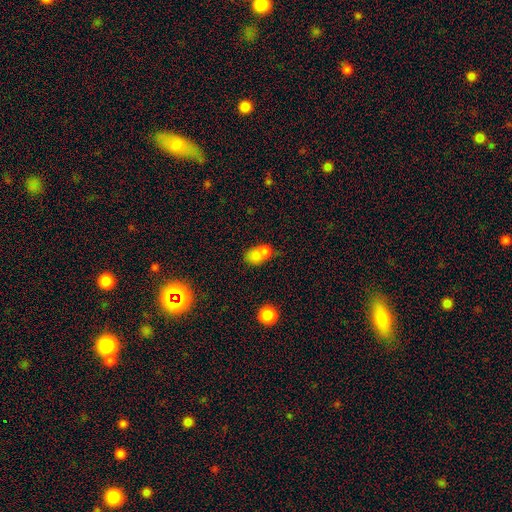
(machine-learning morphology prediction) smooth 74%, featured or disk 15%, star or artifact 11%. Down the decision tree: how rounded — in between (54%); merging — merger (64%).